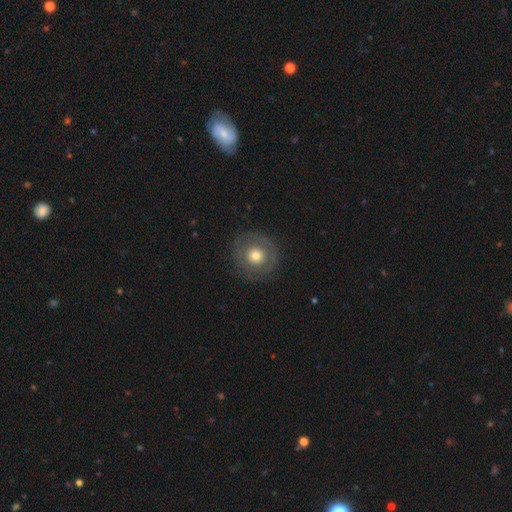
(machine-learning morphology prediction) Smooth or featured: smooth — 57% (featured or disk — 35%)
How rounded: round — 92% (in between — 7%)
Merging: none — 84% (minor disturbance — 10%)